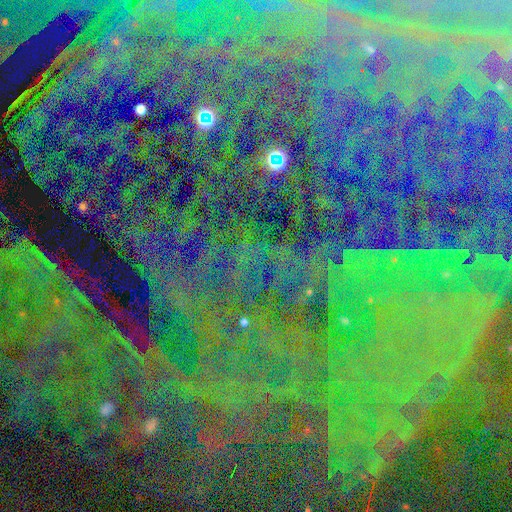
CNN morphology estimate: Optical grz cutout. It shows a star or artifact, not a galaxy (85%).